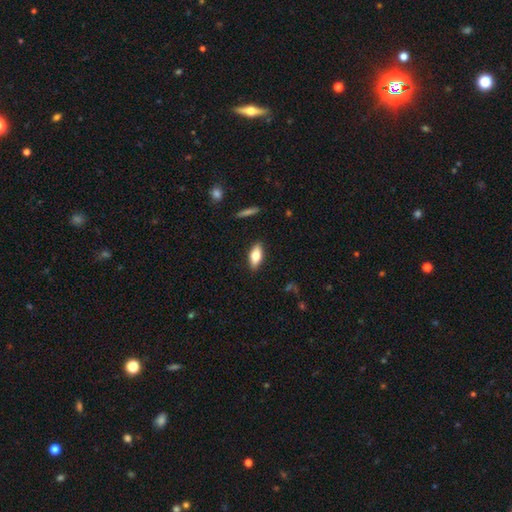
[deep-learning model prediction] Smooth or featured? smooth (65%)
How rounded? in between (78%)
Merging? none (88%)